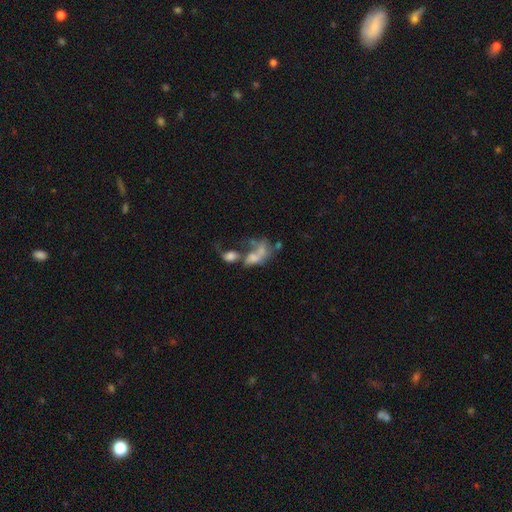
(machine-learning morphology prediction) smooth-or-featured: smooth: 45% | featured or disk: 42% | star or artifact: 14%
  merging: merger: 58% | major disturbance: 24% | none: 11% | minor disturbance: 7%